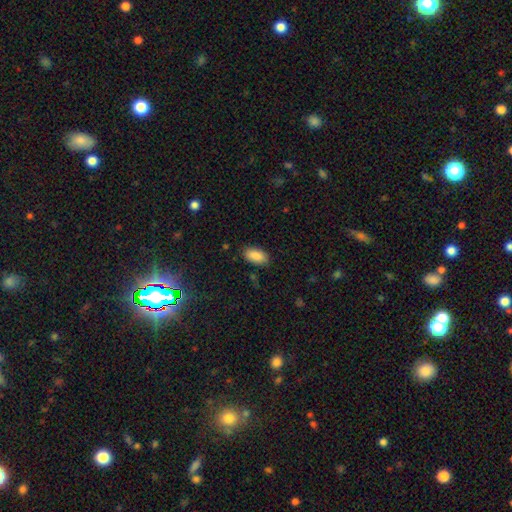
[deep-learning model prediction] This is clearly a smooth galaxy (88%). How rounded: clearly in between (93%). Merging: clearly none (84%).